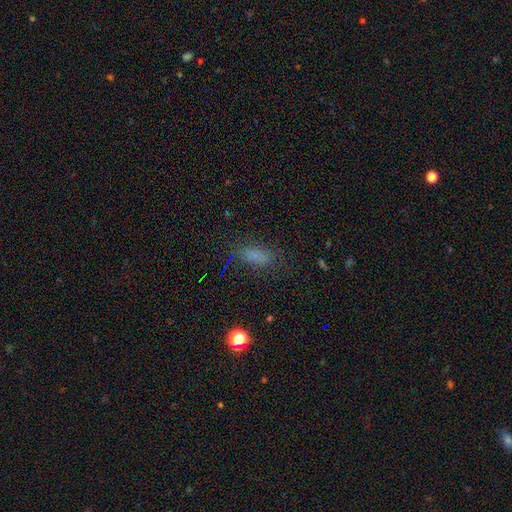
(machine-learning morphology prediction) smooth-or-featured: smooth: 72% | star or artifact: 18% | featured or disk: 9%
  how-rounded: in between: 71% | cigar-shaped: 24% | round: 5%
  merging: none: 71% | minor disturbance: 17% | major disturbance: 9% | merger: 2%